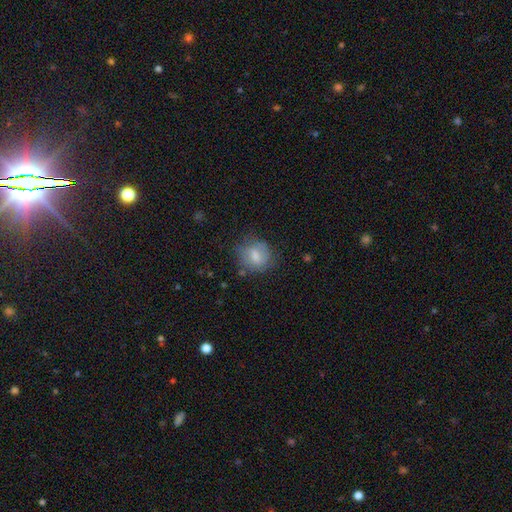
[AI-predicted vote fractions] smooth-or-featured: smooth: 69% | featured or disk: 23% | star or artifact: 8%
  how-rounded: round: 71% | in between: 28% | cigar-shaped: 1%
  merging: none: 62% | minor disturbance: 25% | major disturbance: 11% | merger: 3%